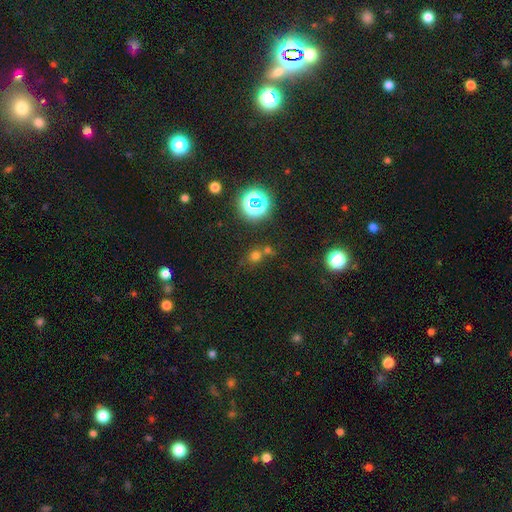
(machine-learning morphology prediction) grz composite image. It shows a smooth galaxy with no disk features (57%) that is round (81%). Merging: none (56%).